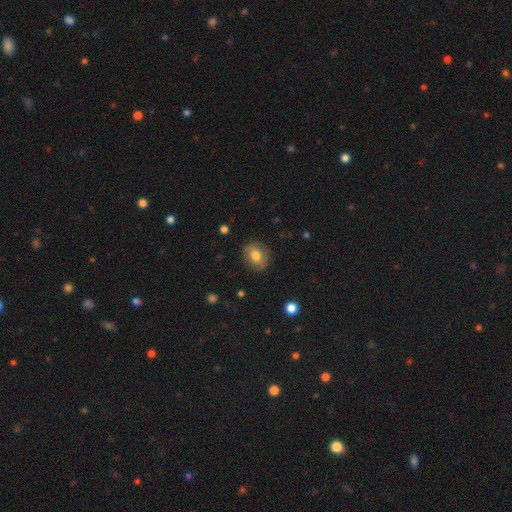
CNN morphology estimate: The model was most divided on "how rounded": round: 63%, in between: 36%, cigar-shaped: 1%. More confident: merging — none (83%); smooth or featured — smooth (69%).